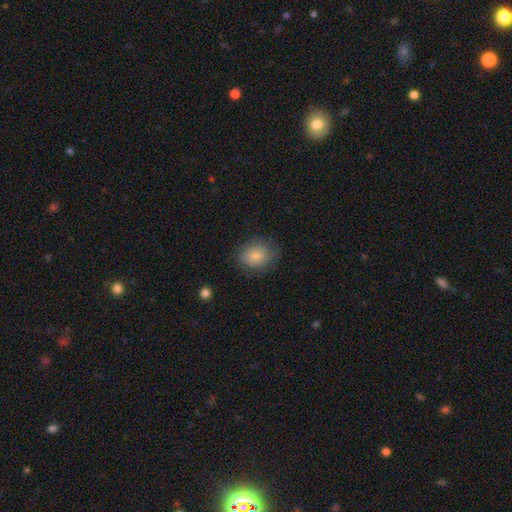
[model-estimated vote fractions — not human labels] smooth-or-featured: smooth: 81% | featured or disk: 12% | star or artifact: 8%
  how-rounded: round: 53% | in between: 46% | cigar-shaped: 1%
  merging: none: 74% | minor disturbance: 19% | major disturbance: 6% | merger: 1%